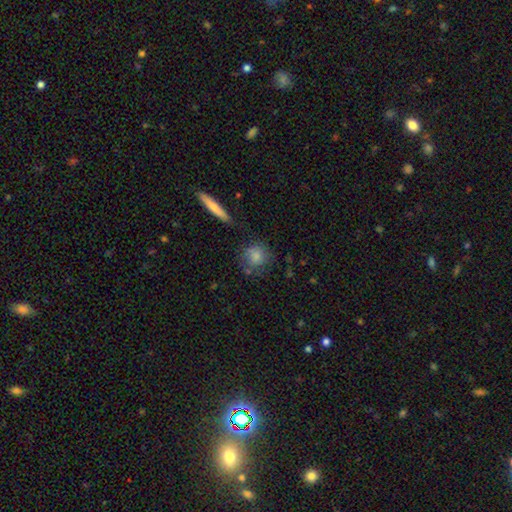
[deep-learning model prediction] The model was most divided on "merging": none: 68%, minor disturbance: 19%, major disturbance: 8%, merger: 6%. More confident: how rounded — round (83%); smooth or featured — smooth (78%).